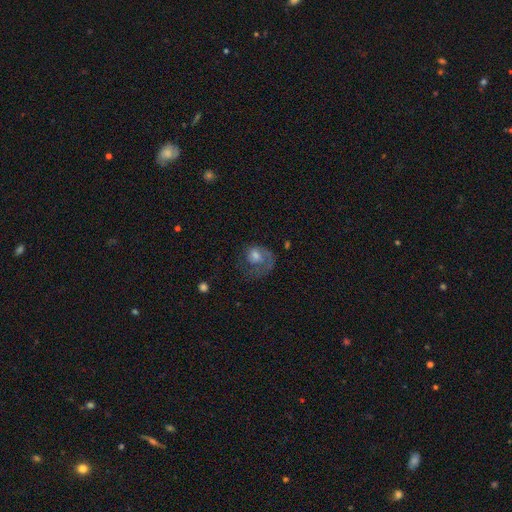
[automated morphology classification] featured or disk 59%, smooth 31%, star or artifact 10%. Down the decision tree: edge-on disk — no (97%); bar — no (76%); spiral arms — yes (78%); bulge size — moderate (53%); merging — major disturbance (41%).